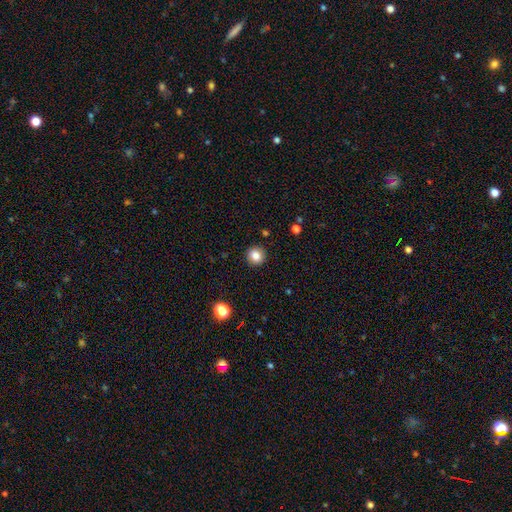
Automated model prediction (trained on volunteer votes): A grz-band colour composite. It shows a smooth galaxy with no disk features (84%) that is round (91%). Merging: none (91%).